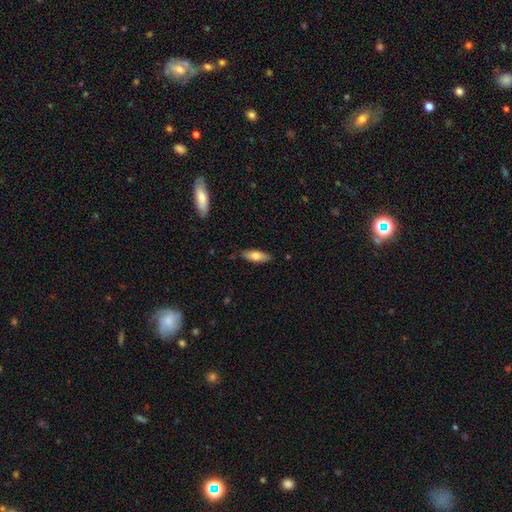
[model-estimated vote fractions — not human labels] Morphology: type=smooth (71%); roundness=in between (66%); merging=none (84%).